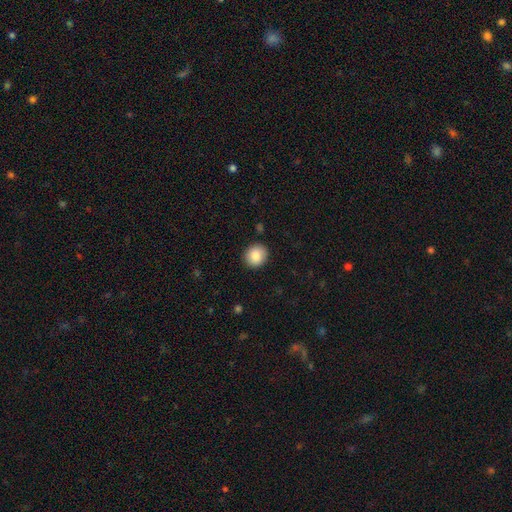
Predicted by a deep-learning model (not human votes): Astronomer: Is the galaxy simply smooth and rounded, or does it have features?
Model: smooth — 87%.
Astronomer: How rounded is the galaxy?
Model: round — 81%.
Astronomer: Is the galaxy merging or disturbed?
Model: none — 90%.